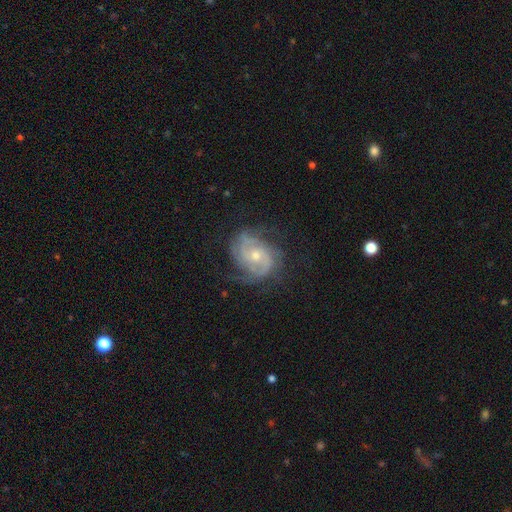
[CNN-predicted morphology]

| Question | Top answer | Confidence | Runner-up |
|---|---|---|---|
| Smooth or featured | featured or disk | 86% | smooth (8%) |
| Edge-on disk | no | 98% | yes (2%) |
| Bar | no | 69% | weak (27%) |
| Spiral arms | yes | 96% | no (4%) |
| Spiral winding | tight | 50% | medium (39%) |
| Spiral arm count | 2 | 39% | 3 (24%) |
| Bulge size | moderate | 49% | small (48%) |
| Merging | none | 68% | minor disturbance (20%) |